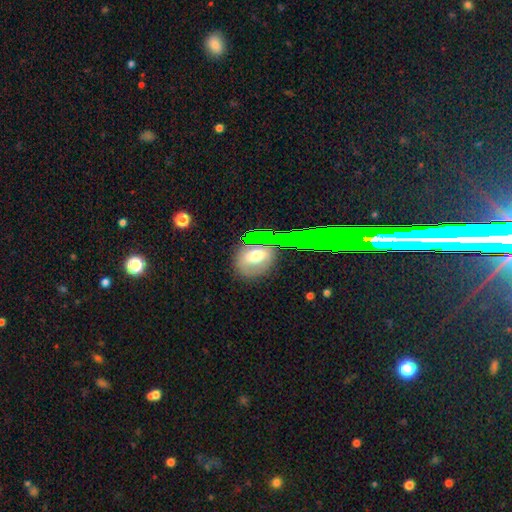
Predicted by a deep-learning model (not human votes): A smooth galaxy with no disk features (56%) that is in between round and cigar-shaped (56%).

Vote fractions:
- Smooth or featured? smooth: 56% / featured or disk: 29% / star or artifact: 15%
- How rounded? in between: 56% / round: 41% / cigar-shaped: 2%
- Merging? none: 72% / minor disturbance: 16% / major disturbance: 7% / merger: 5%